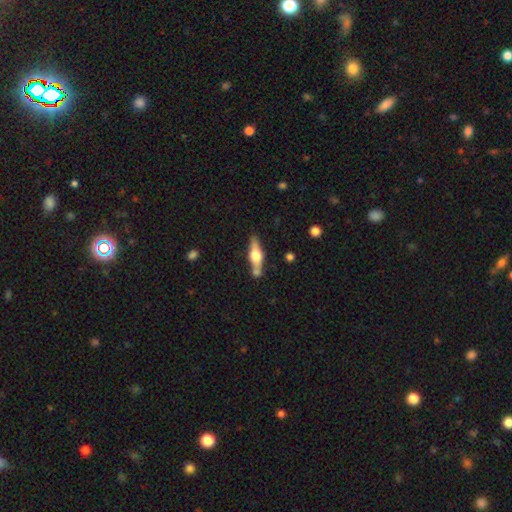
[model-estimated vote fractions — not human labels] featured or disk 61%, smooth 33%, star or artifact 6%. Down the decision tree: edge-on disk — yes (93%); edge-on bulge — rounded (91%); merging — none (72%).